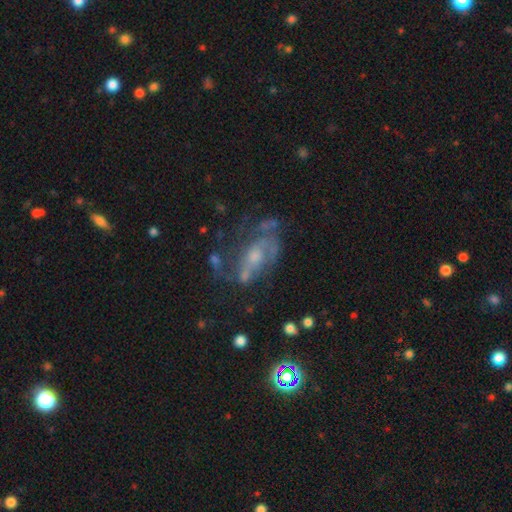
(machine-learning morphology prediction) featured or disk 70%, smooth 19%, star or artifact 11%. Down the decision tree: edge-on disk — no (94%); bar — no (67%); spiral arms — yes (67%); bulge size — moderate (44%); merging — none (44%).